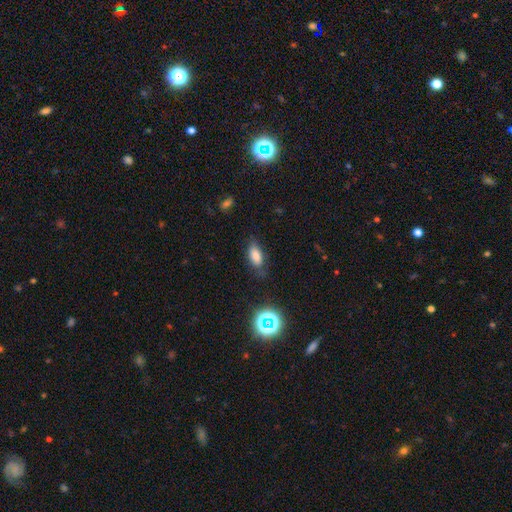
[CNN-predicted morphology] Smooth or featured? Predicted: smooth (p=0.77). How rounded? Predicted: in between (p=0.84). Merging? Predicted: none (p=0.71).